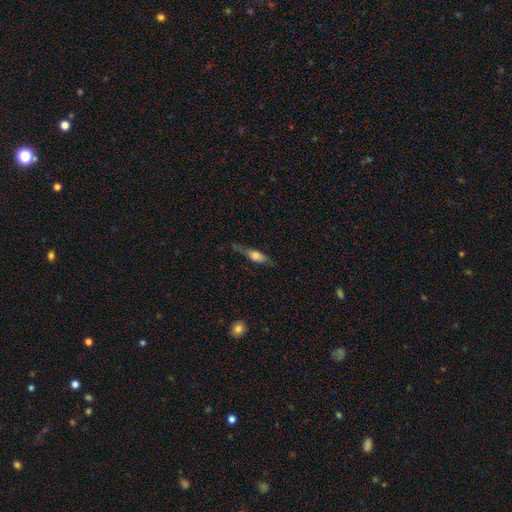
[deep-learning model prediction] A smooth galaxy with no disk features (54%) that is cigar-shaped (51%).

Vote fractions:
- Smooth or featured? smooth: 54% / featured or disk: 38% / star or artifact: 8%
- How rounded? cigar-shaped: 51% / in between: 45% / round: 4%
- Merging? none: 63% / minor disturbance: 25% / major disturbance: 9% / merger: 3%